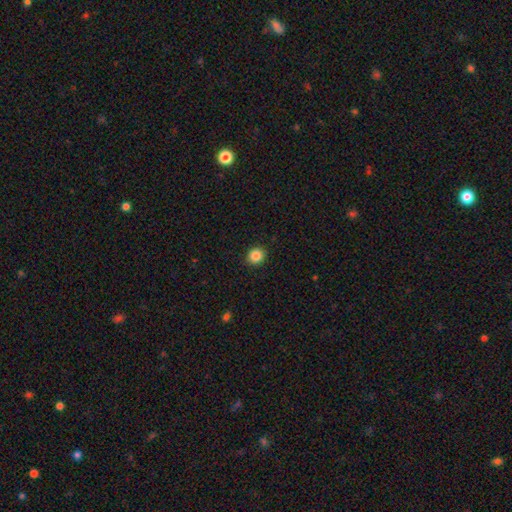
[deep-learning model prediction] Morphology: type=smooth (86%); roundness=round (86%); merging=none (92%).